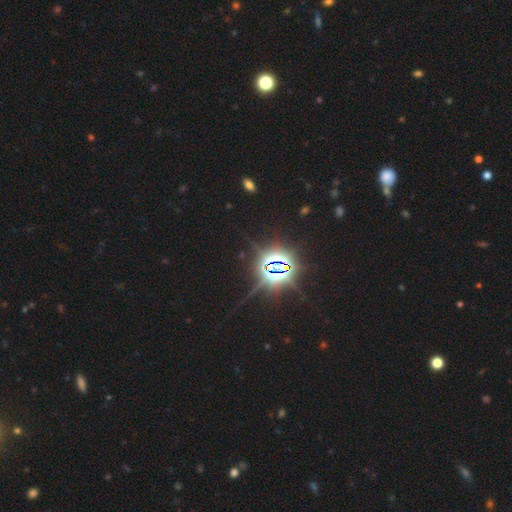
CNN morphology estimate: Q: Smooth or featured?
A: star or artifact (86%); runner-up: smooth (9%)